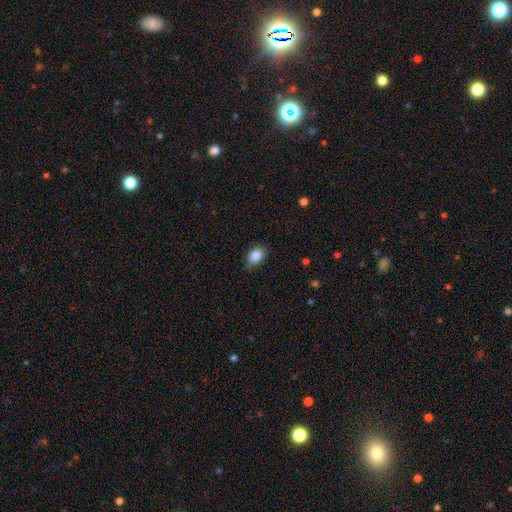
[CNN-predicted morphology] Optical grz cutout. It shows a smooth galaxy with no disk features (86%) that is in between round and cigar-shaped (74%). Merging: none (69%).